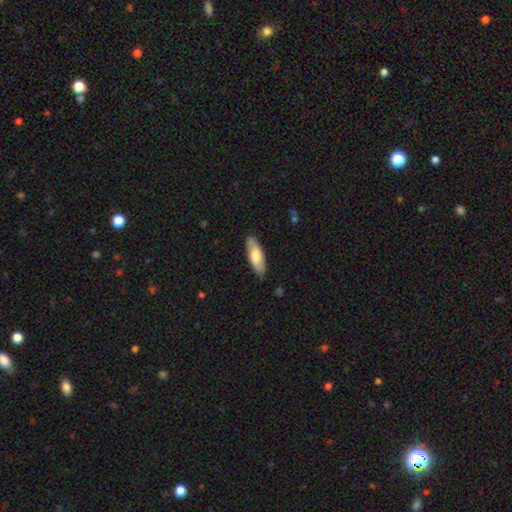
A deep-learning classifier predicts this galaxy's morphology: Overall: smooth (66%; featured or disk 29%). How rounded: in between (62%; cigar-shaped 36%). Merging: none (85%).